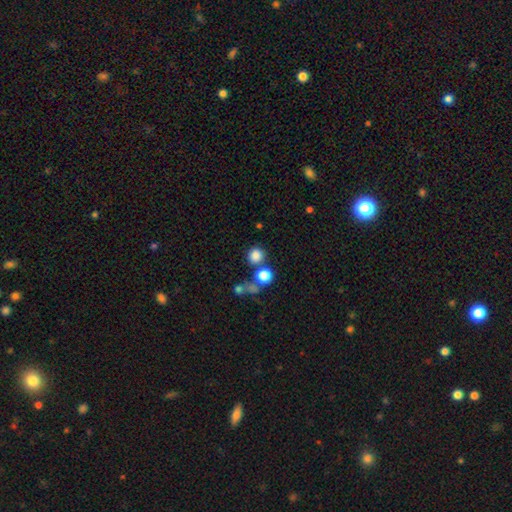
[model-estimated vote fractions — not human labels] smooth 81%, star or artifact 13%, featured or disk 6%. Down the decision tree: how rounded — round (89%); merging — none (70%).